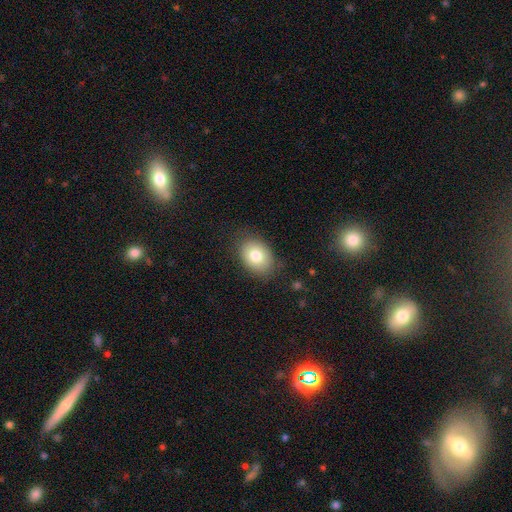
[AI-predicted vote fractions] Morphology: type=smooth (80%); roundness=in between (75%); merging=none (82%).